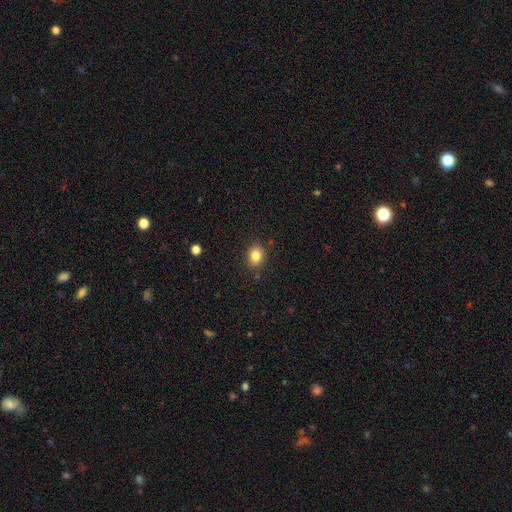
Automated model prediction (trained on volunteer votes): This is clearly a smooth galaxy (83%). How rounded: possibly in between (59%). Merging: clearly none (87%).